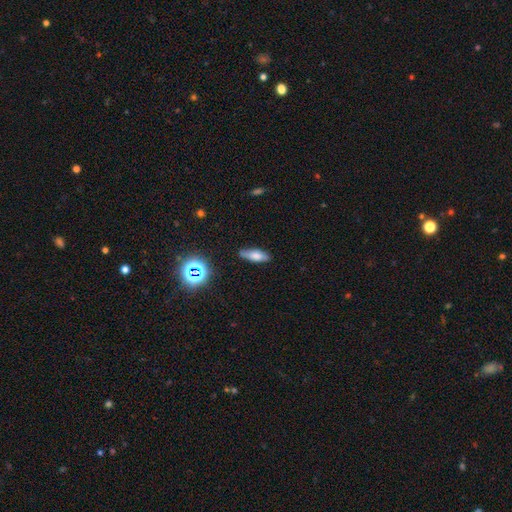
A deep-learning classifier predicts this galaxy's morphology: Smooth or featured: smooth — 69% (featured or disk — 19%)
How rounded: in between — 63% (cigar-shaped — 34%)
Merging: none — 78% (minor disturbance — 17%)